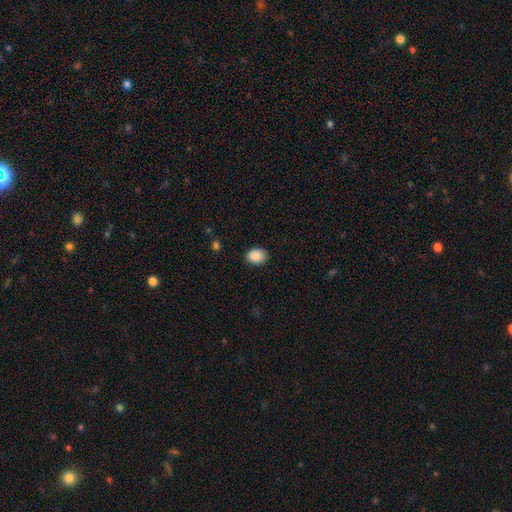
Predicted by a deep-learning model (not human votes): A smooth galaxy with no disk features (89%) that is in between round and cigar-shaped (57%).

Vote fractions:
- Smooth or featured? smooth: 89% / star or artifact: 8% / featured or disk: 3%
- How rounded? in between: 57% / round: 42% / cigar-shaped: 1%
- Merging? none: 88% / minor disturbance: 9% / major disturbance: 2% / merger: 1%